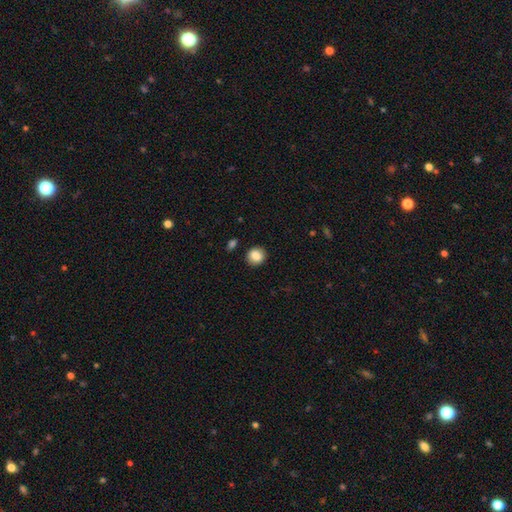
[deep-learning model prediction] The model was most divided on "how rounded": round: 85%, in between: 14%, cigar-shaped: 1%. More confident: merging — none (90%); smooth or featured — smooth (86%).